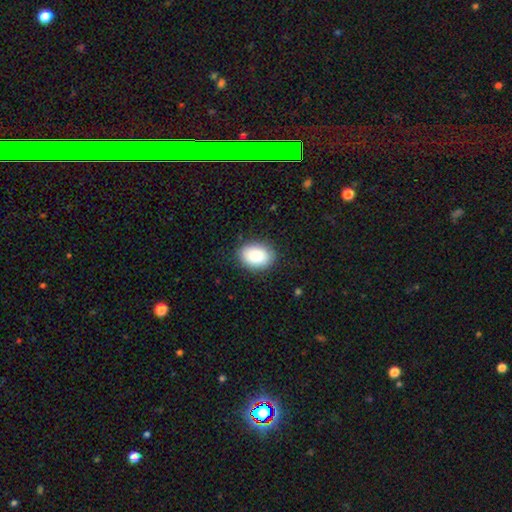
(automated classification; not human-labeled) smooth-or-featured: smooth: 88% | star or artifact: 7% | featured or disk: 5%
  how-rounded: in between: 79% | round: 20% | cigar-shaped: 1%
  merging: none: 86% | minor disturbance: 11% | major disturbance: 3% | merger: 1%